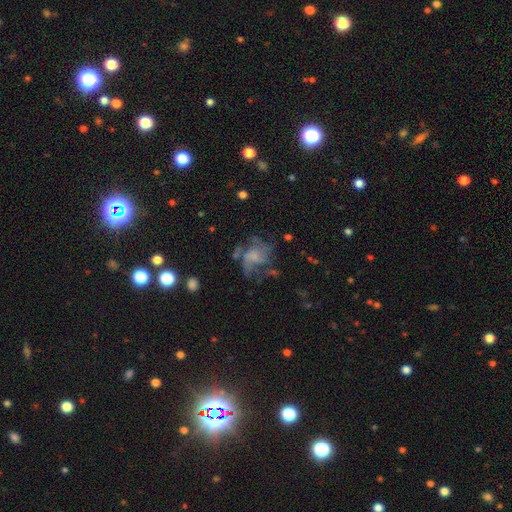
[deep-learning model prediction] A featured or disk galaxy (64%) with no bar (74%), spiral arms (74%) and no central bulge (38%). Merging: none (43%).